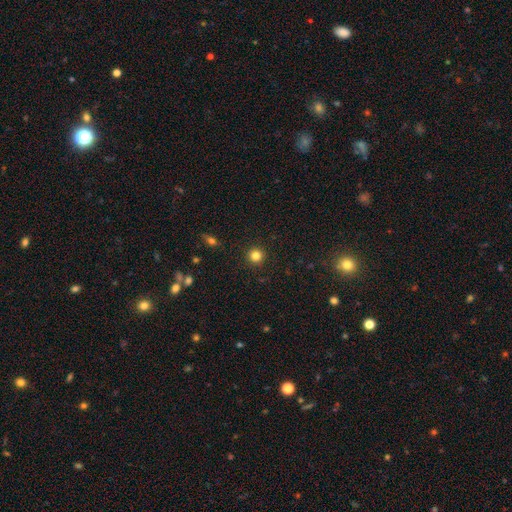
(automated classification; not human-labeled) smooth-or-featured: smooth: 82% | star or artifact: 13% | featured or disk: 5%
  how-rounded: round: 95% | in between: 4% | cigar-shaped: 1%
  merging: none: 92% | minor disturbance: 5% | major disturbance: 2% | merger: 1%